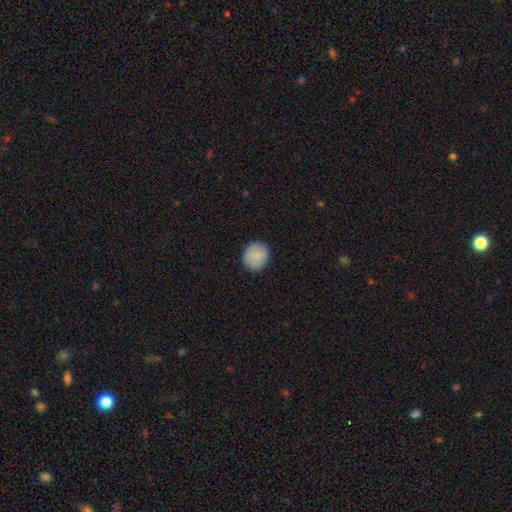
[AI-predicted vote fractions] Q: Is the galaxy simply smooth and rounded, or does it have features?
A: smooth — 87%.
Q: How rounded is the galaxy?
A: round — 88%.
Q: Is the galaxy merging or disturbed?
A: none — 90%.